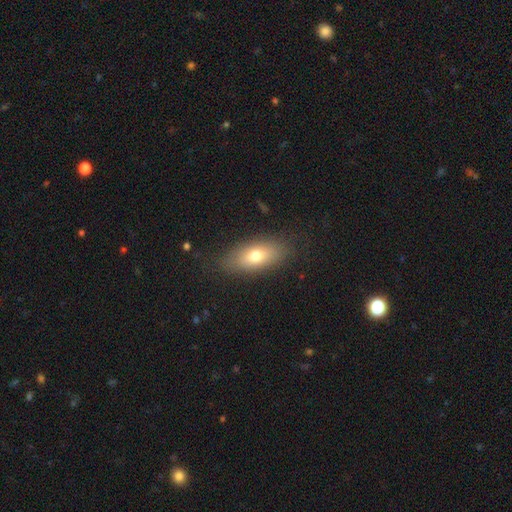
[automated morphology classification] A smooth galaxy with no disk features (72%) that is in between round and cigar-shaped (82%). Merging: none (83%).